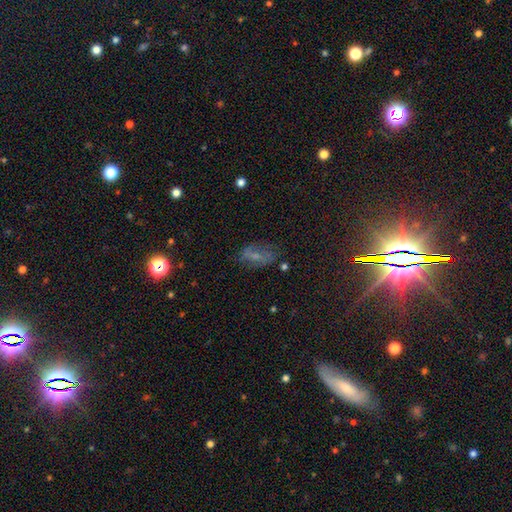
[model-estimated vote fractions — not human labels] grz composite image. It shows a smooth galaxy with no disk features (39%). Merging: none (61%).